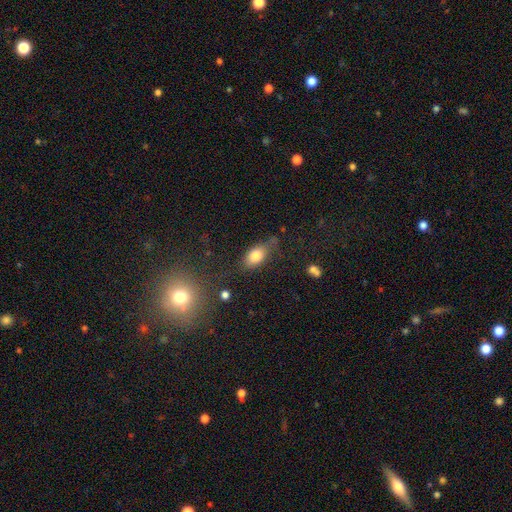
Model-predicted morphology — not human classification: smooth-or-featured: smooth: 79% | featured or disk: 12% | star or artifact: 9%
  how-rounded: in between: 85% | round: 8% | cigar-shaped: 7%
  merging: none: 62% | minor disturbance: 25% | major disturbance: 9% | merger: 4%